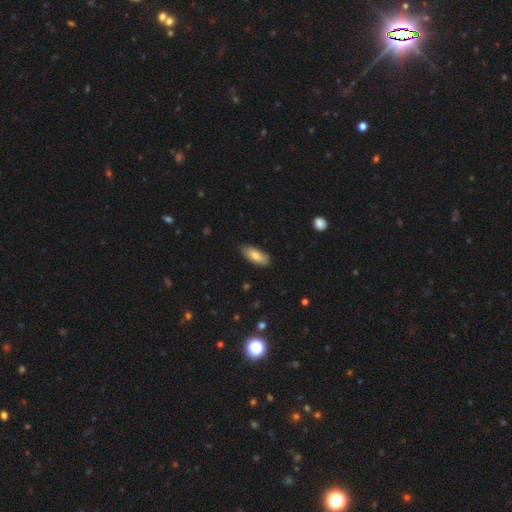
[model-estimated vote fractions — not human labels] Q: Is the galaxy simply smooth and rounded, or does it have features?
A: smooth — 80%.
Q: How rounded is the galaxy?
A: in between — 82%.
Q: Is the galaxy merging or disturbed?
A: none — 84%.